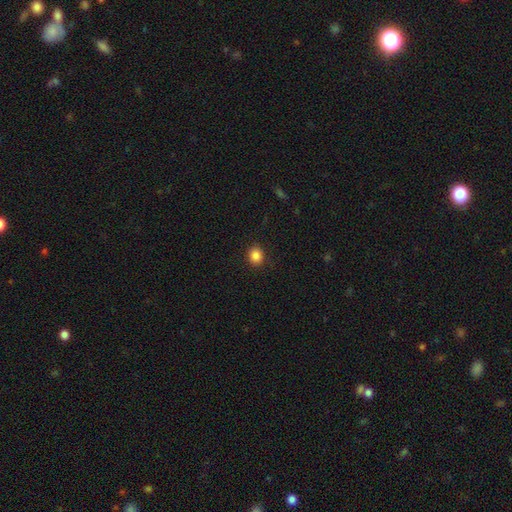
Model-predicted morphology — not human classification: smooth 86%, star or artifact 10%, featured or disk 4%. Down the decision tree: how rounded — round (74%); merging — none (90%).